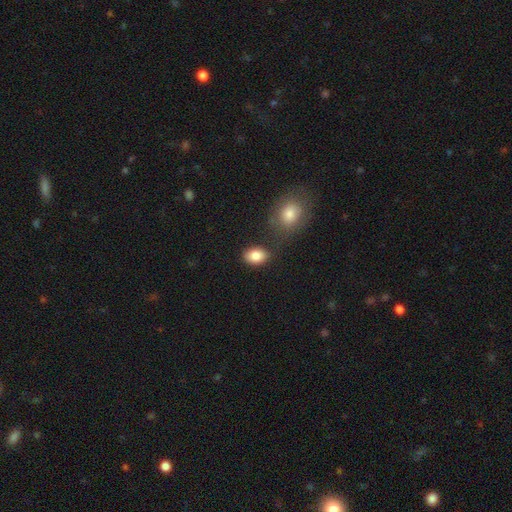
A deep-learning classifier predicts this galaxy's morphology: This appears to be a smooth galaxy with no disk features (85%) that is in between round and cigar-shaped (77%). Merging: none (77%).